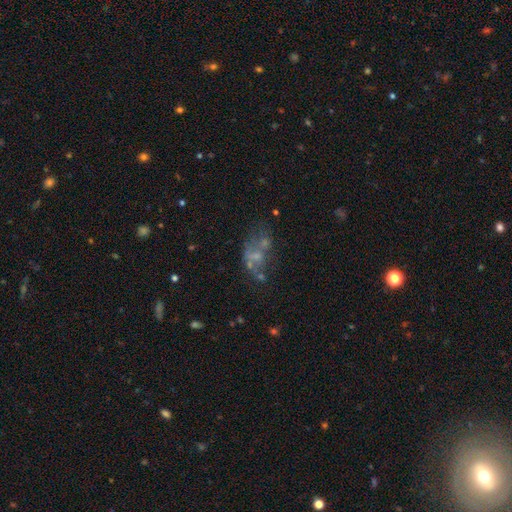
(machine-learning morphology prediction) featured or disk 46%, smooth 29%, star or artifact 25%. Down the decision tree: merging — none (37%).